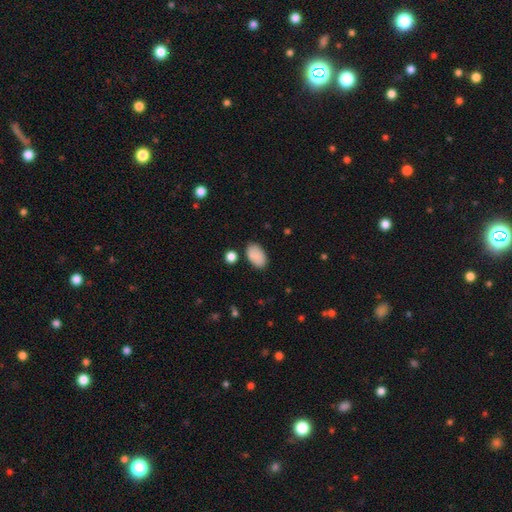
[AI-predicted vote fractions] smooth 88%, star or artifact 7%, featured or disk 5%. Down the decision tree: how rounded — in between (93%); merging — none (81%).